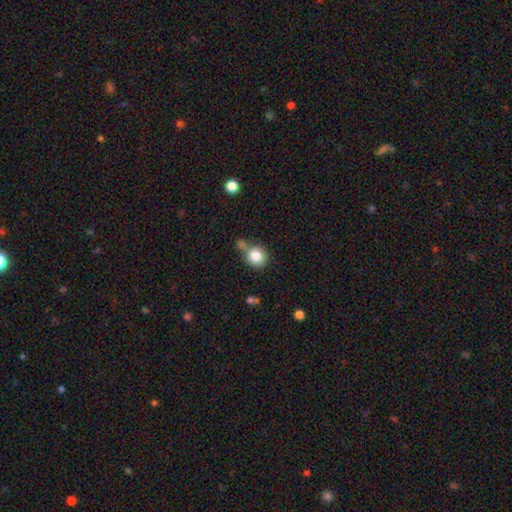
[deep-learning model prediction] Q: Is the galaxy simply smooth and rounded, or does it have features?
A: smooth — 83%.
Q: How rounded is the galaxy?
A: round — 84%.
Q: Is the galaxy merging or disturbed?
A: none — 57%.